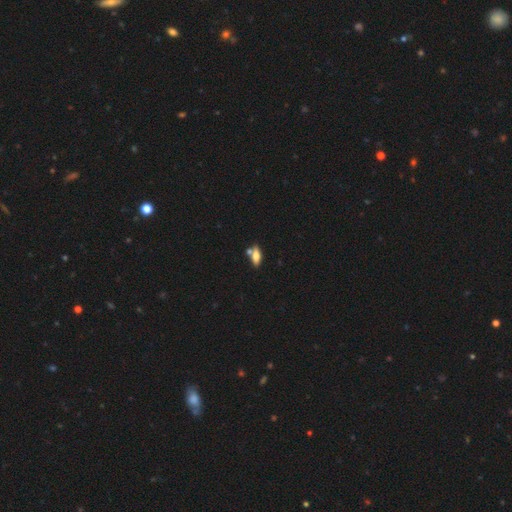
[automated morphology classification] A smooth galaxy with no disk features (69%) that is in between round and cigar-shaped (75%). Merging: none (60%).